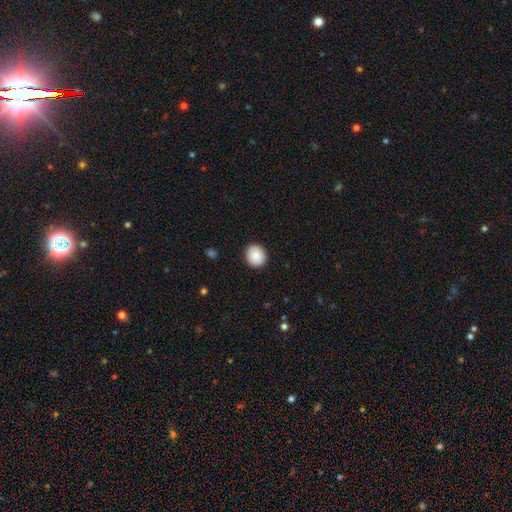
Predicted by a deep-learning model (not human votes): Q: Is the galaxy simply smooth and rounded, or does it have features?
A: smooth — 89%.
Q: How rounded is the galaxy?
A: round — 77%.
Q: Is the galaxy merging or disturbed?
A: none — 91%.